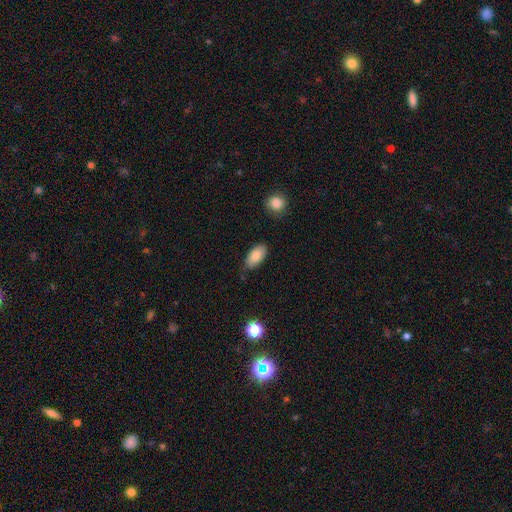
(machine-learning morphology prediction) Smooth or featured: smooth — 83% (featured or disk — 10%)
How rounded: in between — 92% (cigar-shaped — 5%)
Merging: none — 74% (minor disturbance — 19%)